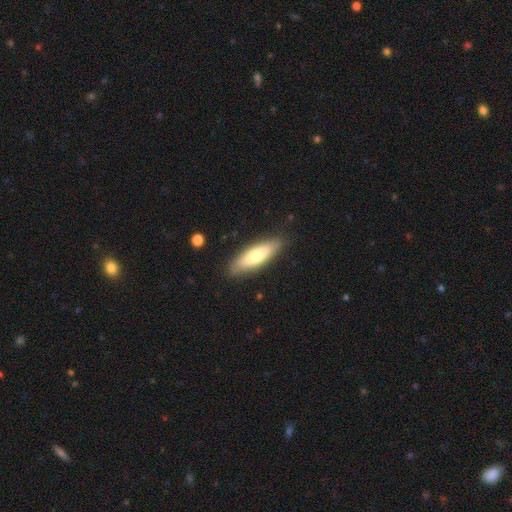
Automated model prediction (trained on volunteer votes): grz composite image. It shows a smooth galaxy with no disk features (70%) that is in between round and cigar-shaped (52%). Merging: none (85%).